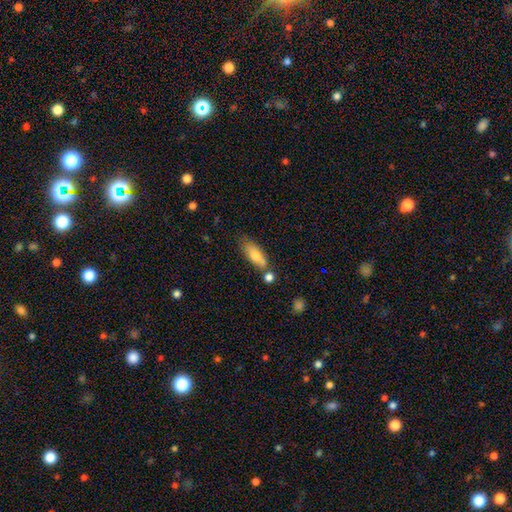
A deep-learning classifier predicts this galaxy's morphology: smooth 75%, featured or disk 18%, star or artifact 7%. Down the decision tree: how rounded — in between (68%); merging — none (58%).